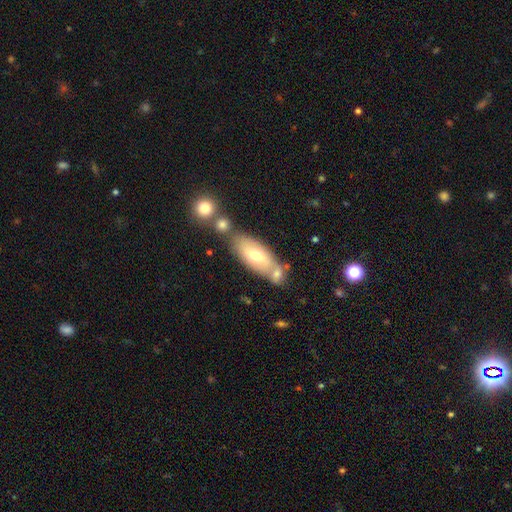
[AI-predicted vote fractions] This appears to be a smooth galaxy with no disk features (61%) that is in between round and cigar-shaped (82%). Merging: none (53%).